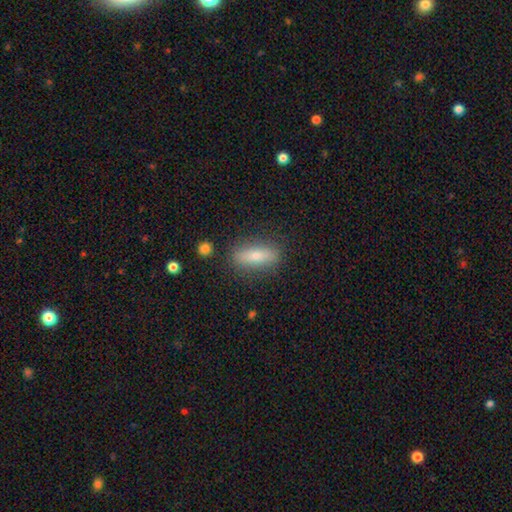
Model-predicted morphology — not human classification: The model was most divided on "how rounded": cigar-shaped: 49%, in between: 48%, round: 3%. More confident: merging — none (85%); smooth or featured — smooth (66%).